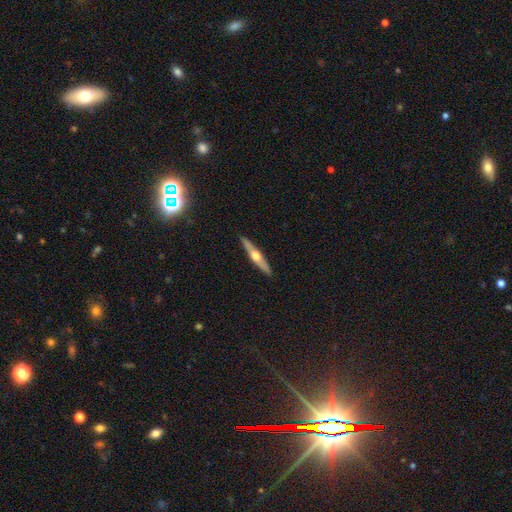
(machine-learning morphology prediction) smooth-or-featured: featured or disk: 66% | smooth: 29% | star or artifact: 5%
  disk-edge-on: yes: 96% | no: 4%
    edge-on-bulge: rounded: 94% | none: 3% | boxy: 3%
  merging: none: 91% | minor disturbance: 7% | major disturbance: 1% | merger: 1%